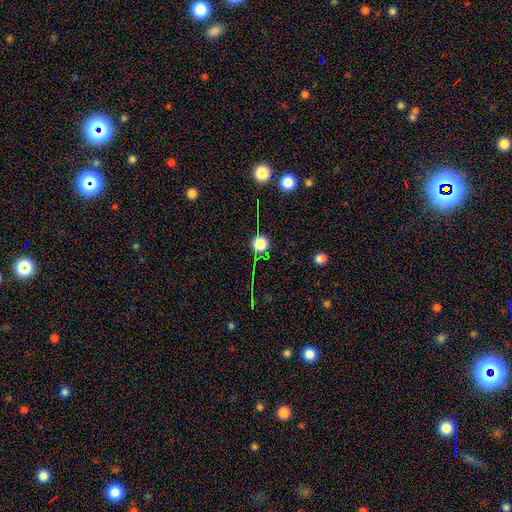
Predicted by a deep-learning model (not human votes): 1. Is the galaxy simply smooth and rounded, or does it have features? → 60% star or artifact, 30% smooth, 10% featured or disk.